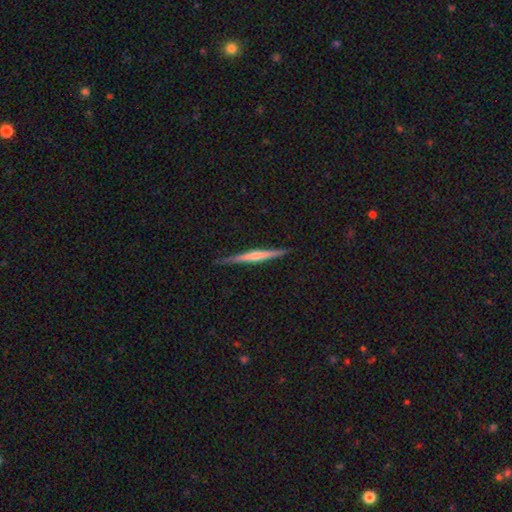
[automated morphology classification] smooth-or-featured: featured or disk: 67% | smooth: 28% | star or artifact: 6%
  disk-edge-on: yes: 98% | no: 2%
    edge-on-bulge: rounded: 55% | none: 35% | boxy: 11%
  merging: none: 89% | minor disturbance: 9% | major disturbance: 2% | merger: 1%